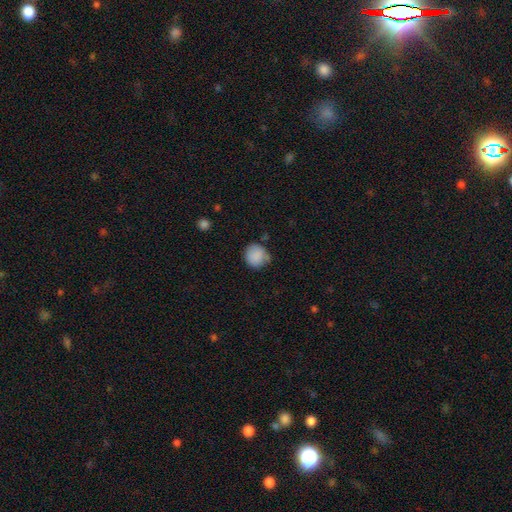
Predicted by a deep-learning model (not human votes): This appears to be a smooth galaxy with no disk features (87%) that is round (83%). Merging: none (63%).